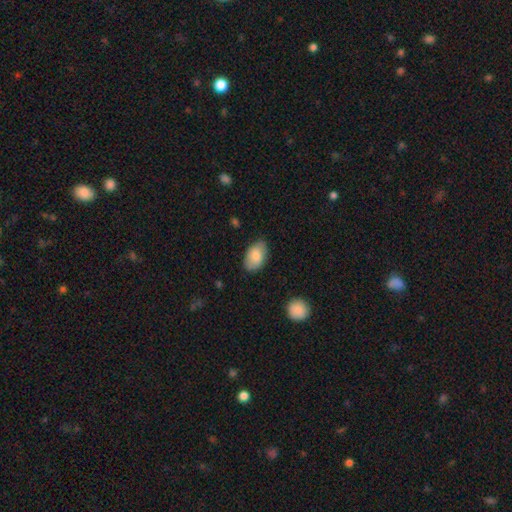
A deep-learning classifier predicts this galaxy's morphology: This is clearly a smooth galaxy (82%). How rounded: clearly in between (92%). Merging: likely none (77%).